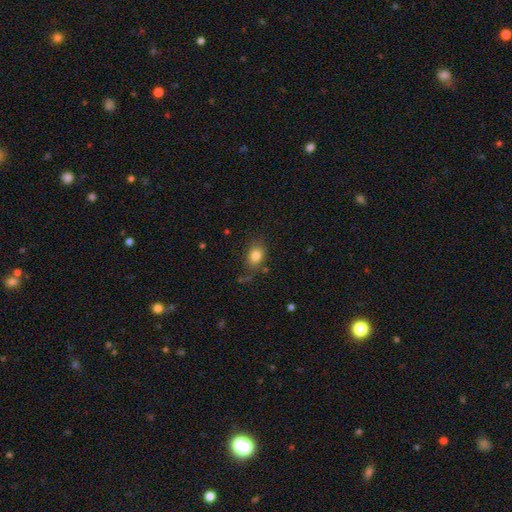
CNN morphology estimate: smooth 82%, star or artifact 10%, featured or disk 8%. Down the decision tree: how rounded — in between (71%); merging — none (76%).